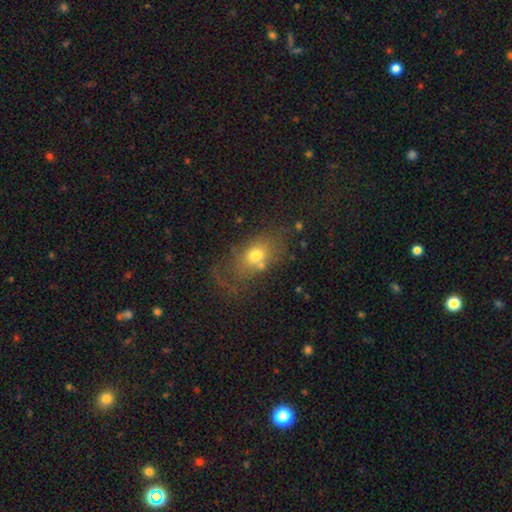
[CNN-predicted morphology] type=smooth (66%); roundness=in between (68%); merging=none (48%).